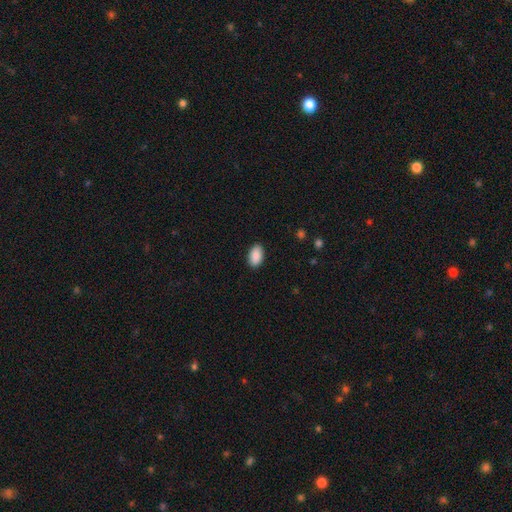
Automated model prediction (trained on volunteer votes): Smooth or featured: smooth — 90% (star or artifact — 6%)
How rounded: in between — 94% (round — 5%)
Merging: none — 89% (minor disturbance — 8%)